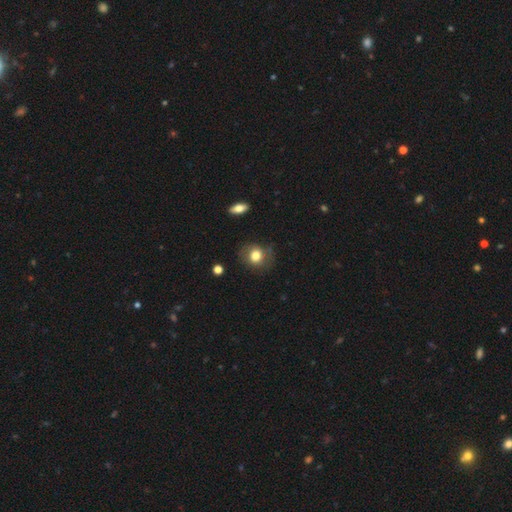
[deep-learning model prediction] The model was most divided on "how rounded": round: 66%, in between: 33%, cigar-shaped: 1%. More confident: smooth or featured — smooth (77%); merging — none (74%).